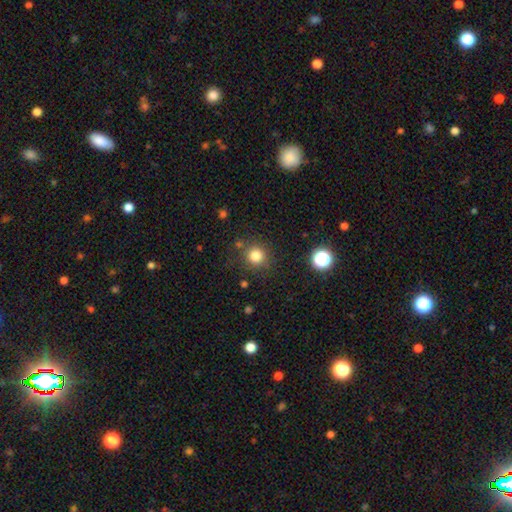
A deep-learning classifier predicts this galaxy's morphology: Smooth or featured: smooth — 81% (star or artifact — 13%)
How rounded: round — 91% (in between — 8%)
Merging: none — 83% (minor disturbance — 10%)